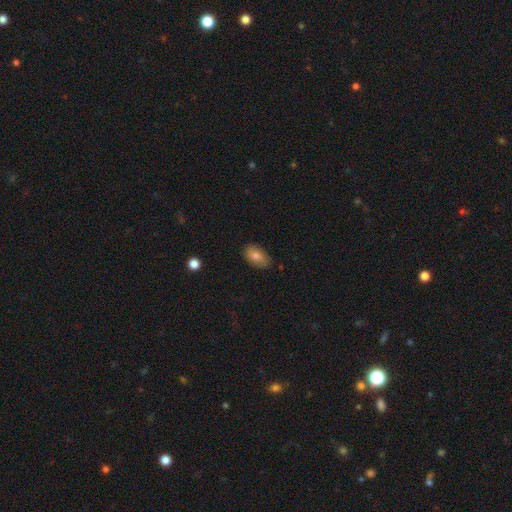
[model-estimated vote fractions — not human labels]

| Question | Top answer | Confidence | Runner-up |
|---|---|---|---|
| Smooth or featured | smooth | 77% | featured or disk (15%) |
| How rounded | in between | 90% | round (8%) |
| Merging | none | 83% | minor disturbance (14%) |